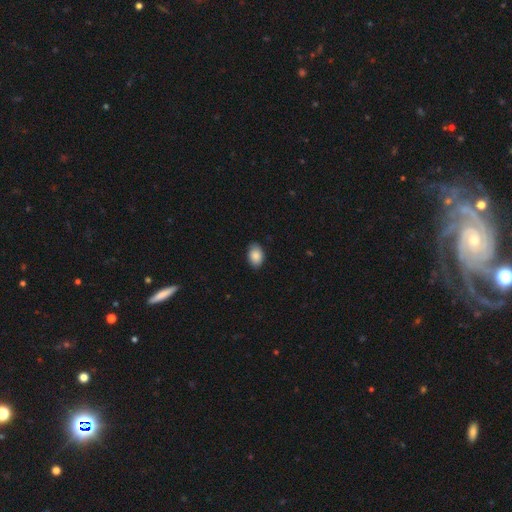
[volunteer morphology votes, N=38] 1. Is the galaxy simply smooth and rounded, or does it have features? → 82% smooth, 11% featured or disk, 8% star or artifact.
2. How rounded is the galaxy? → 94% in between, 6% round, 0% cigar-shaped.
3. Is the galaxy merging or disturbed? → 86% none, 14% minor disturbance, 0% major disturbance, 0% merger.